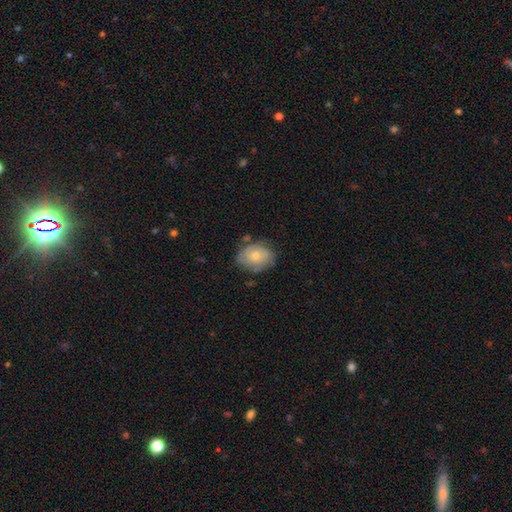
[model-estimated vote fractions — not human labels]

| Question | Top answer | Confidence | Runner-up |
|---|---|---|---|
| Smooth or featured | smooth | 63% | featured or disk (30%) |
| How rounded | in between | 55% | round (44%) |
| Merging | none | 64% | minor disturbance (25%) |